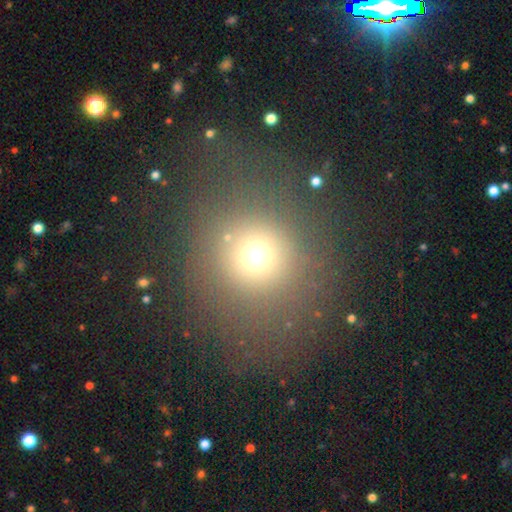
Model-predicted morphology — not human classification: A smooth galaxy with no disk features (65%) that is round (86%).

Vote fractions:
- Smooth or featured? smooth: 65% / star or artifact: 24% / featured or disk: 11%
- How rounded? round: 86% / in between: 12% / cigar-shaped: 1%
- Merging? none: 73% / minor disturbance: 12% / major disturbance: 11% / merger: 4%